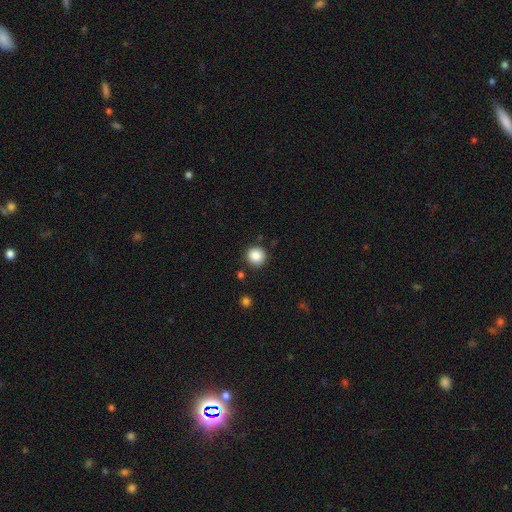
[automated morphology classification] smooth-or-featured: smooth: 87% | star or artifact: 9% | featured or disk: 3%
  how-rounded: round: 94% | in between: 5% | cigar-shaped: 1%
  merging: none: 89% | minor disturbance: 7% | major disturbance: 2% | merger: 2%